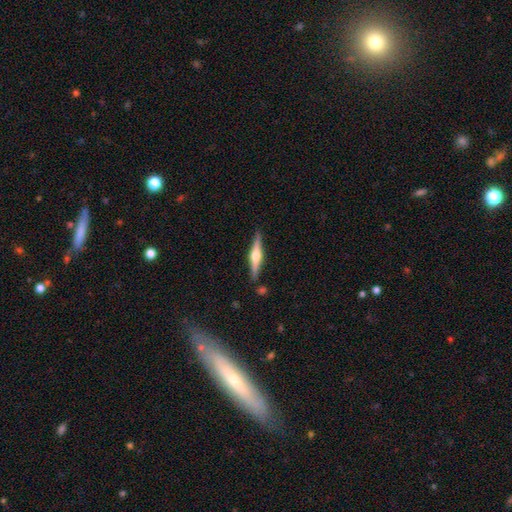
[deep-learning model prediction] Morphology: type=featured or disk (71%); edge-on=yes (98%); edge-on bulge=rounded (93%); merging=none (87%).